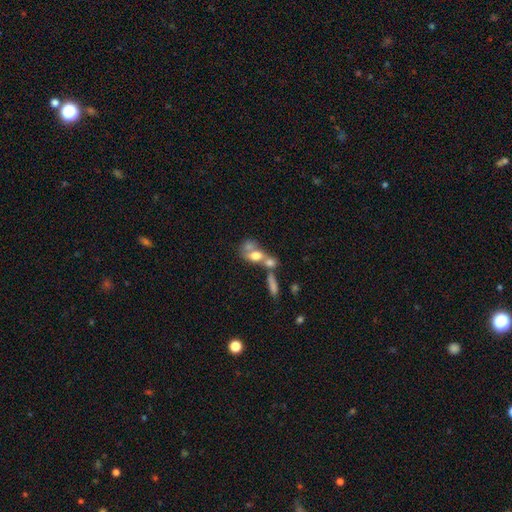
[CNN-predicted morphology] A smooth galaxy with no disk features (61%) that is in between round and cigar-shaped (69%). Merging: merger (67%).